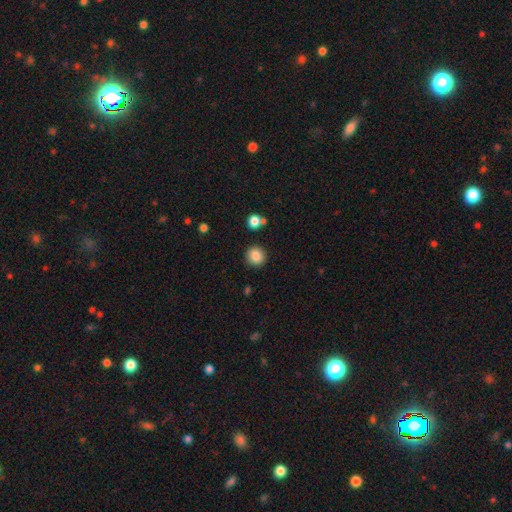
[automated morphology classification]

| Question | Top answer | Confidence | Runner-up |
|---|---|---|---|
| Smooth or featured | smooth | 86% | star or artifact (10%) |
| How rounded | round | 92% | in between (7%) |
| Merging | none | 89% | minor disturbance (6%) |